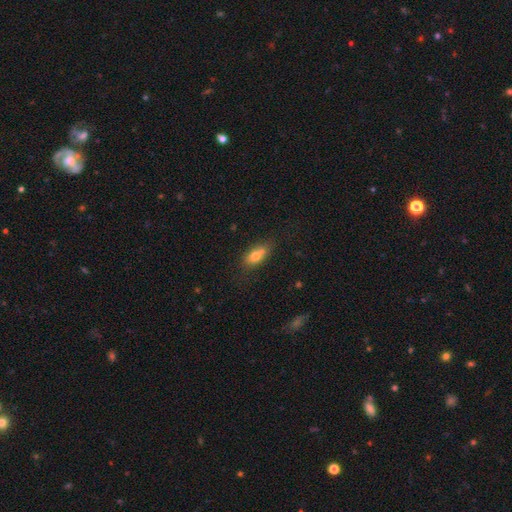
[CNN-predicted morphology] smooth_or_featured: smooth (p=0.71) [alt: featured or disk p=0.19]
how_rounded: in between (p=0.76) [alt: round p=0.15]
merging: none (p=0.46) [alt: merger p=0.32]